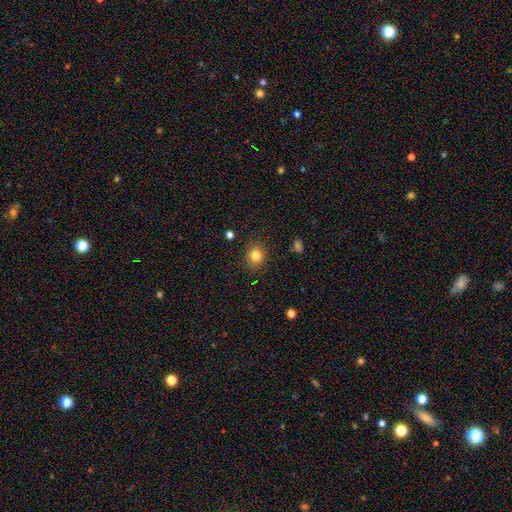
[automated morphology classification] Q: Smooth or featured?
A: smooth (82%); runner-up: star or artifact (12%)
Q: How rounded?
A: round (83%); runner-up: in between (16%)
Q: Merging?
A: none (89%); runner-up: minor disturbance (7%)